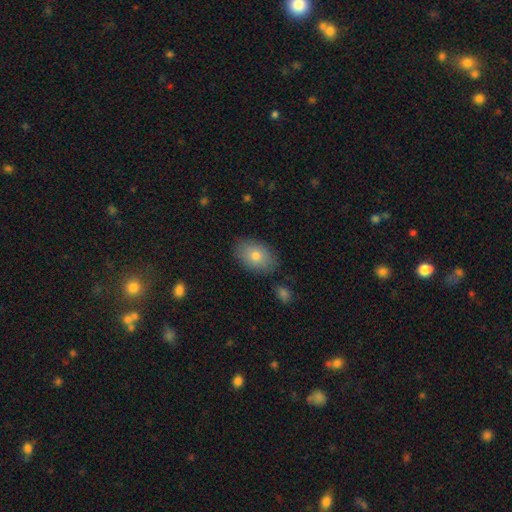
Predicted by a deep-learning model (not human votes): smooth_or_featured: smooth (p=0.78) [alt: featured or disk p=0.15]
how_rounded: in between (p=0.87) [alt: round p=0.12]
merging: none (p=0.85) [alt: minor disturbance p=0.11]